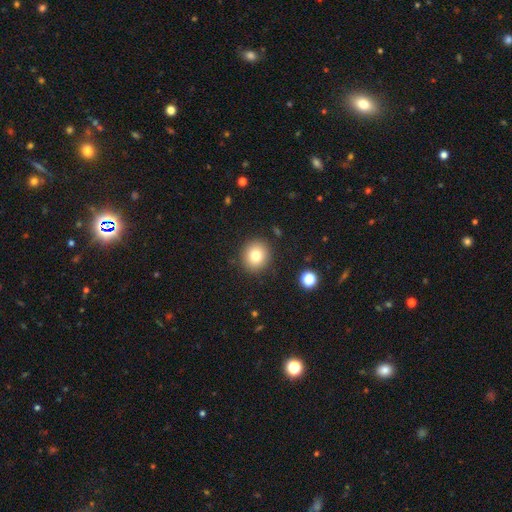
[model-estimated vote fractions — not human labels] This is likely a smooth galaxy (77%). How rounded: clearly round (86%). Merging: clearly none (89%).